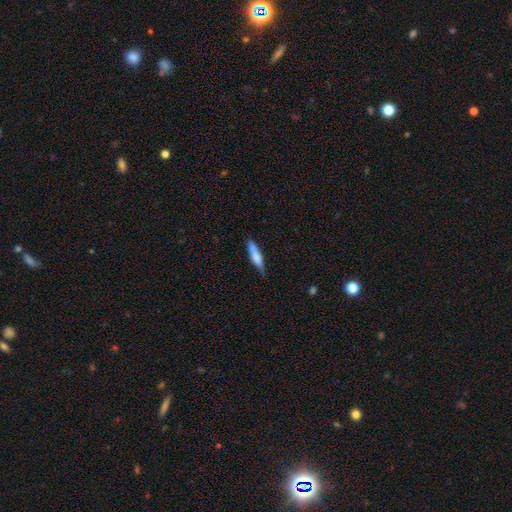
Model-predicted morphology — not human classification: Smooth or featured: smooth — 63% (featured or disk — 31%)
How rounded: cigar-shaped — 83% (in between — 15%)
Merging: none — 67% (minor disturbance — 21%)